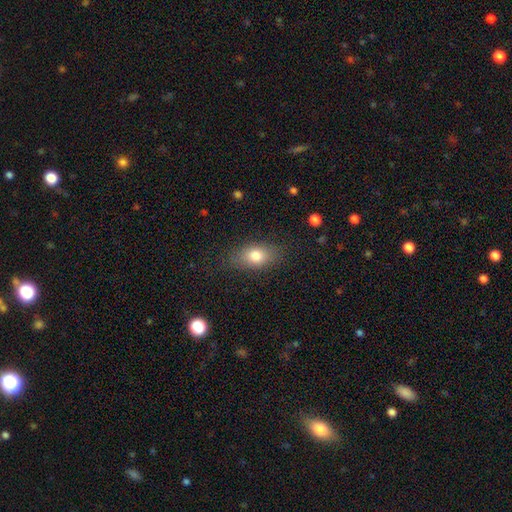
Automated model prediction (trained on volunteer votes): A smooth galaxy with no disk features (79%) that is in between round and cigar-shaped (82%). Merging: none (80%).